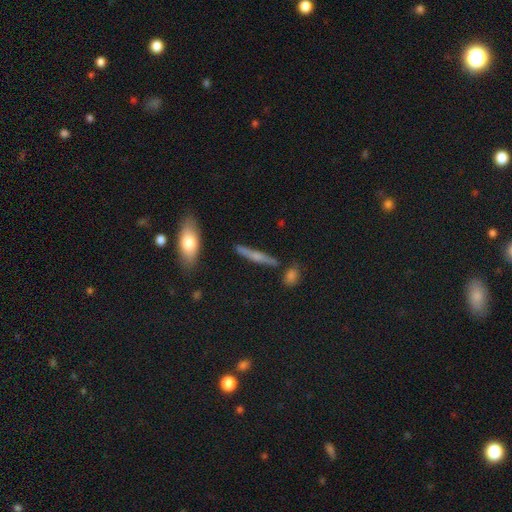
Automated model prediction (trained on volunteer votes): A featured or disk galaxy (49%).

Vote fractions:
- Smooth or featured? featured or disk: 49% / smooth: 42% / star or artifact: 9%
- Merging? none: 84% / minor disturbance: 10% / merger: 4% / major disturbance: 2%